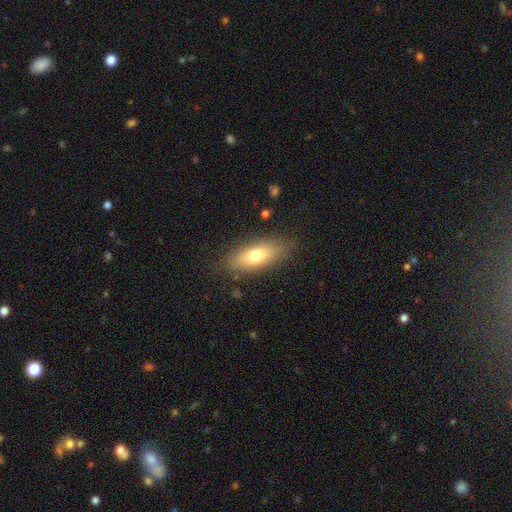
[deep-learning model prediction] The model was most divided on "how rounded": in between: 73%, cigar-shaped: 23%, round: 4%. More confident: merging — none (81%); smooth or featured — smooth (72%).